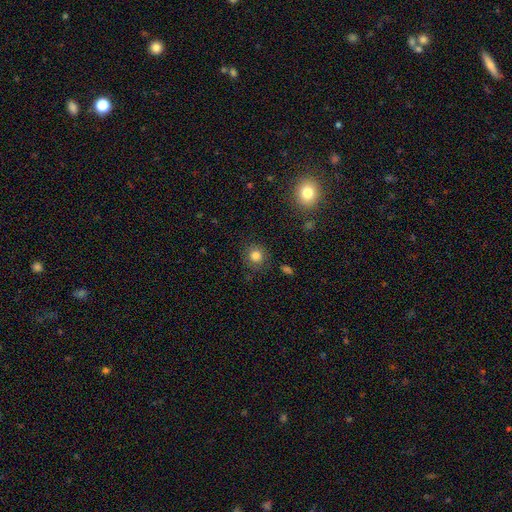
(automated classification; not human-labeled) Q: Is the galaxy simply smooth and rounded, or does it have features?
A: smooth — 82%.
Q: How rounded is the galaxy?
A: round — 90%.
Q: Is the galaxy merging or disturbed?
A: none — 84%.